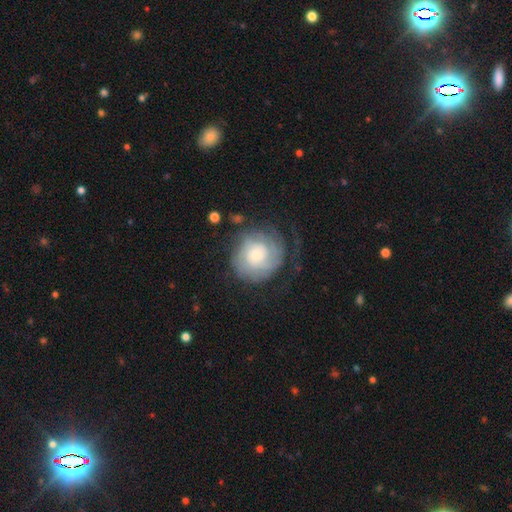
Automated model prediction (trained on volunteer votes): A featured or disk galaxy (67%) with no bar (76%), tight (66%) spiral arms (89%) and a moderate central bulge (40%).

Vote fractions:
- Smooth or featured? featured or disk: 67% / smooth: 26% / star or artifact: 7%
- Edge-on disk? no: 98% / yes: 2%
- Bar? no: 76% / weak: 21% / strong: 3%
- Spiral arms? yes: 89% / no: 11%
- Spiral winding? tight: 66% / medium: 24% / loose: 10%
- Spiral arm count? can't tell: 43% / 2: 26% / 3: 11% / 1: 8% / 4: 6% / more than 4: 5%
- Bulge size? moderate: 40% / small: 36% / large: 17% / none: 4% / dominant: 3%
- Merging? none: 58% / major disturbance: 21% / minor disturbance: 20% / merger: 2%